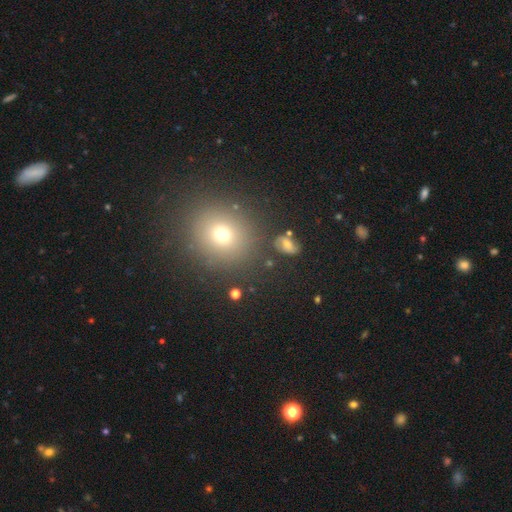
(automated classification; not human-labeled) This appears to be a smooth galaxy with no disk features (59%) that is round (84%). Merging: none (88%).